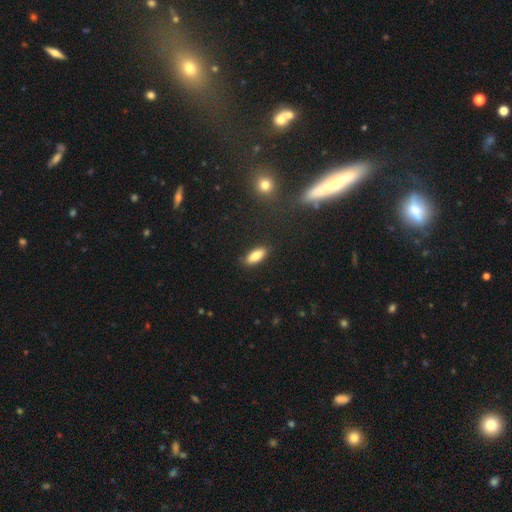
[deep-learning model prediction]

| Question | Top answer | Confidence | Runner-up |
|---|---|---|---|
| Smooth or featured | smooth | 84% | featured or disk (9%) |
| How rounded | in between | 79% | cigar-shaped (19%) |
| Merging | none | 86% | minor disturbance (10%) |